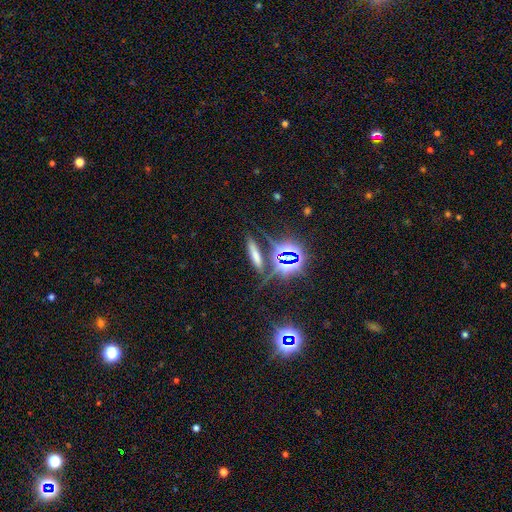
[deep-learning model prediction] Q: Smooth or featured?
A: smooth (48%); runner-up: star or artifact (35%)
Q: Merging?
A: none (73%); runner-up: minor disturbance (13%)